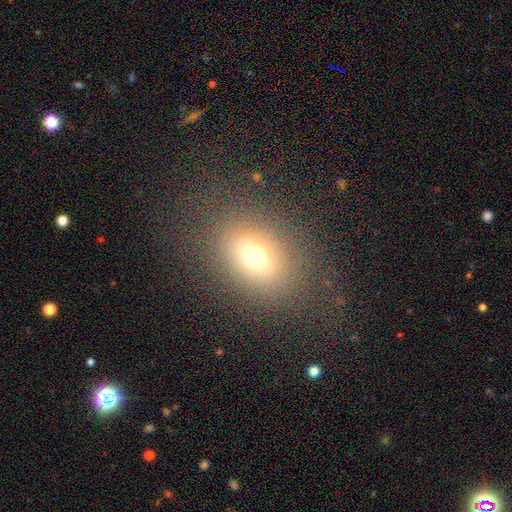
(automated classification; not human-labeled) Morphology: type=smooth (68%); roundness=in between (62%); merging=none (81%).